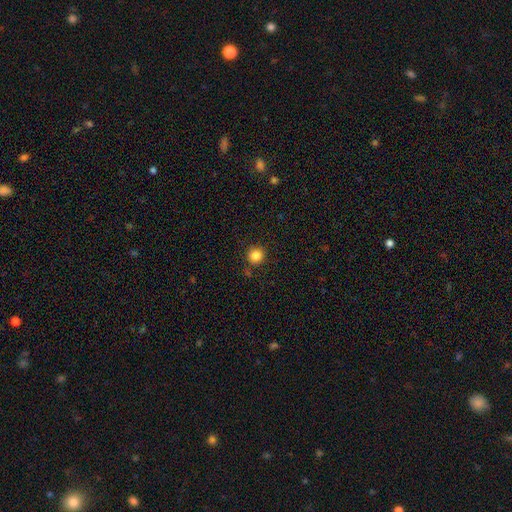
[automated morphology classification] Q: Smooth or featured?
A: smooth (84%); runner-up: star or artifact (11%)
Q: How rounded?
A: round (94%); runner-up: in between (5%)
Q: Merging?
A: none (87%); runner-up: minor disturbance (8%)